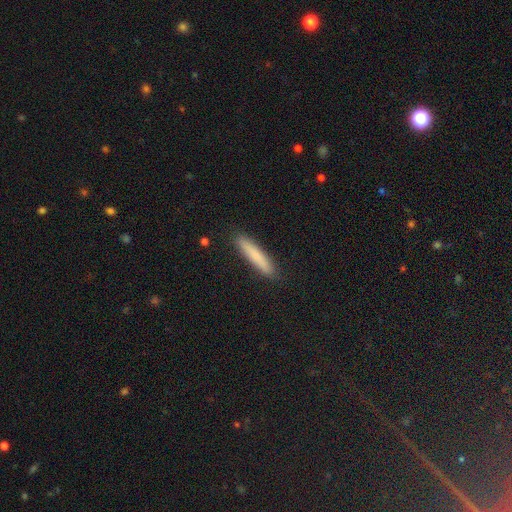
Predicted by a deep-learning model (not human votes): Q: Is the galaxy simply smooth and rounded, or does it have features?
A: smooth — 81%.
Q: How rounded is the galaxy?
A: cigar-shaped — 93%.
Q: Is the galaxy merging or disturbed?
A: none — 90%.